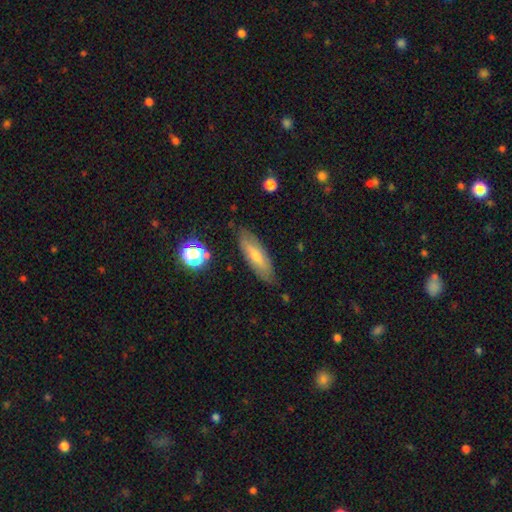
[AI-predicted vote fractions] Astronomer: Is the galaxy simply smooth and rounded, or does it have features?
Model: smooth — 54% (runner-up: featured or disk, 38%).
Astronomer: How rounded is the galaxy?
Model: in between — 55% (runner-up: cigar-shaped, 42%).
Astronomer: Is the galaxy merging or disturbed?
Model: none — 82%.